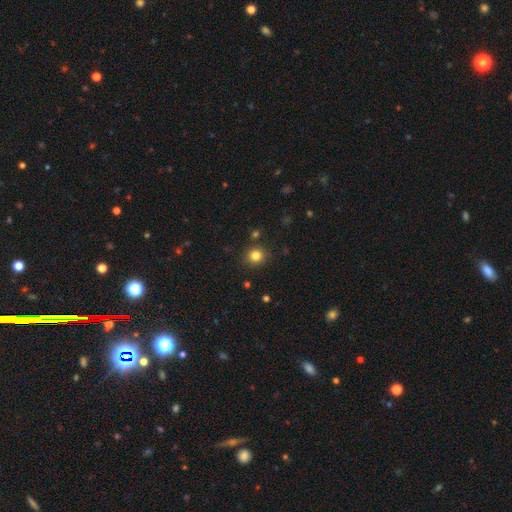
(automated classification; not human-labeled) This is clearly a smooth galaxy (82%). How rounded: clearly round (91%). Merging: clearly none (88%).